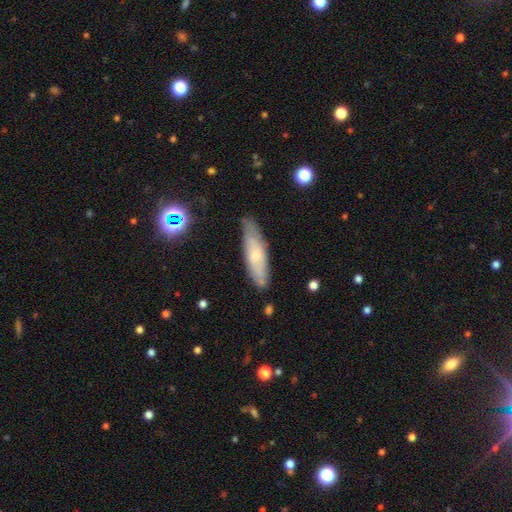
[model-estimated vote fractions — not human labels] Q: Smooth or featured?
A: smooth (52%); runner-up: featured or disk (40%)
Q: How rounded?
A: cigar-shaped (60%); runner-up: in between (39%)
Q: Merging?
A: none (74%); runner-up: minor disturbance (20%)